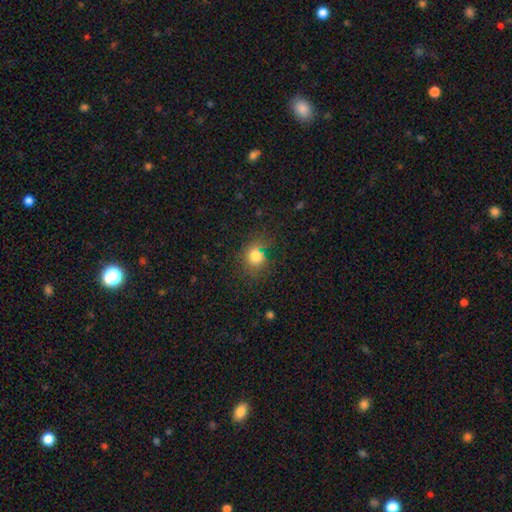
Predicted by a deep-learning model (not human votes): This is likely a smooth galaxy (79%). How rounded: likely round (72%). Merging: likely none (69%).